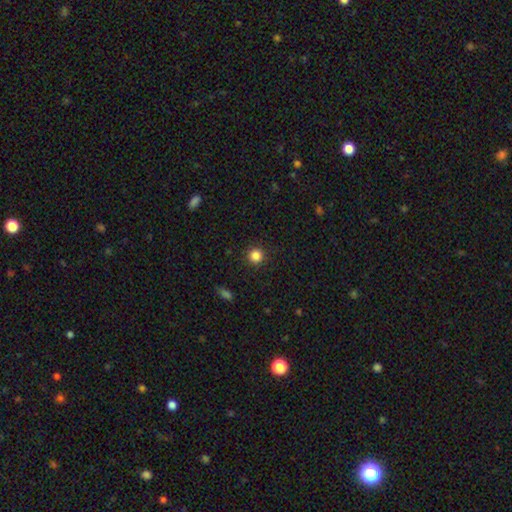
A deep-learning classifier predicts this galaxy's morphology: A smooth galaxy with no disk features (85%) that is round (94%).

Vote fractions:
- Smooth or featured? smooth: 85% / star or artifact: 12% / featured or disk: 4%
- How rounded? round: 94% / in between: 5% / cigar-shaped: 1%
- Merging? none: 91% / minor disturbance: 6% / major disturbance: 2% / merger: 1%